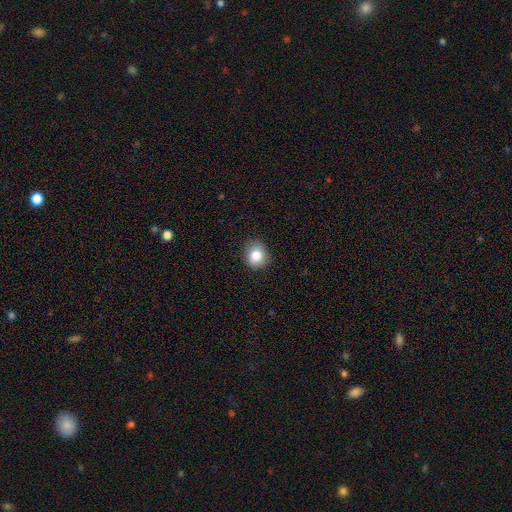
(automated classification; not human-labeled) This is clearly a smooth galaxy (83%). How rounded: likely round (75%). Merging: clearly none (82%).